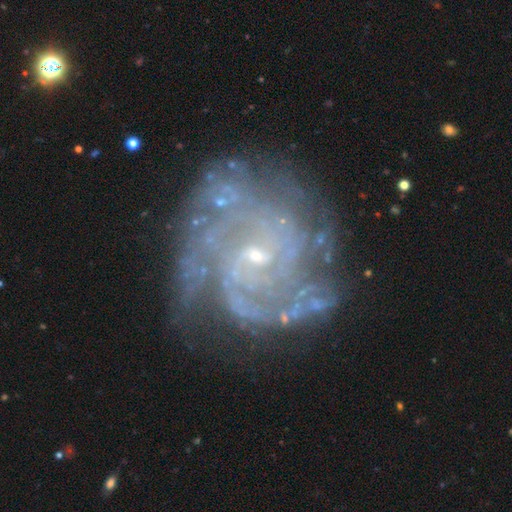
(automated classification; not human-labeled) Morphology: type=featured or disk (89%); edge-on=no (98%); bar=no (57%); spiral arms=yes (96%); winding=tight (62%); arm count=can't tell (28%); bulge=small (78%); merging=none (67%).